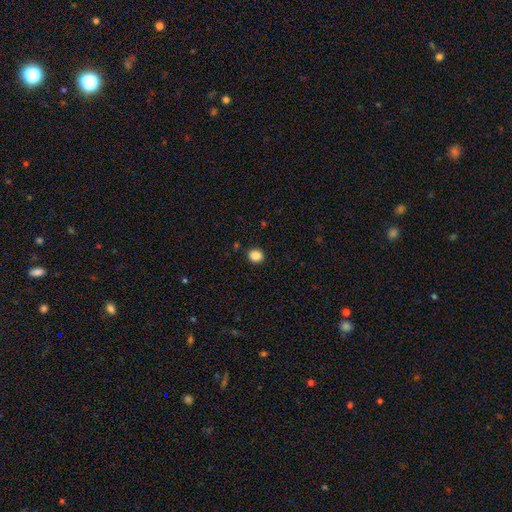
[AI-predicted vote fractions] Q: Smooth or featured?
A: smooth (86%); runner-up: star or artifact (10%)
Q: How rounded?
A: round (81%); runner-up: in between (18%)
Q: Merging?
A: none (90%); runner-up: minor disturbance (6%)